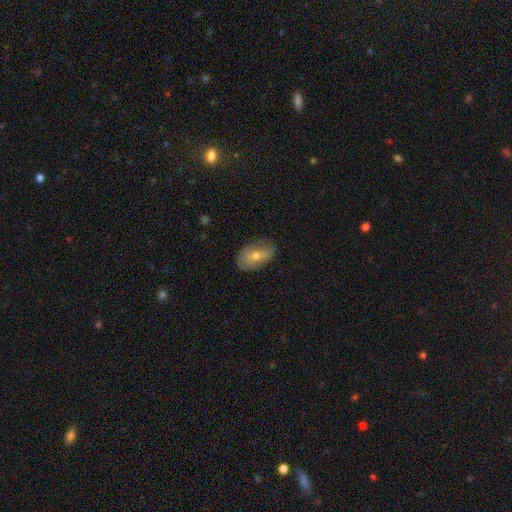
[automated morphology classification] Smooth or featured? smooth (57%)
How rounded? in between (88%)
Merging? none (71%)